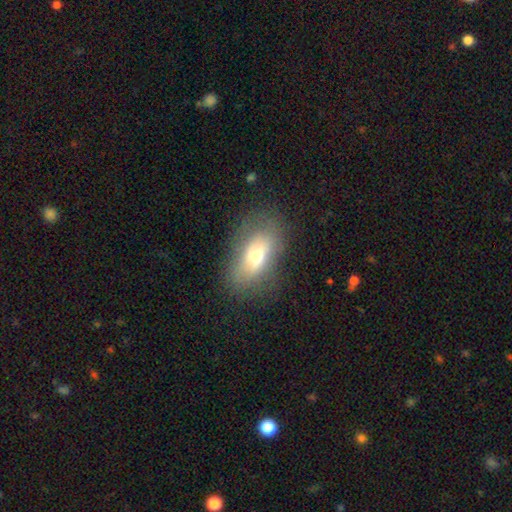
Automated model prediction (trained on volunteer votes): A smooth galaxy with no disk features (61%) that is in between round and cigar-shaped (85%). Merging: none (73%).